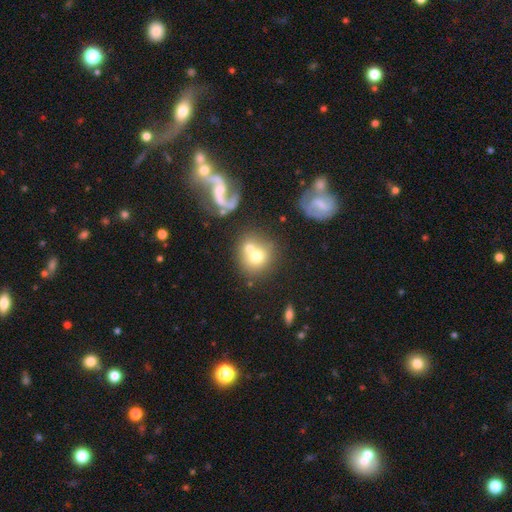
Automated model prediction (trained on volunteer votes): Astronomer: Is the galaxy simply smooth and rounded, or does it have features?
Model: smooth — 63%.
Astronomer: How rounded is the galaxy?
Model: round — 82%.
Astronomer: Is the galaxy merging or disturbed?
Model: merger — 45% (runner-up: none, 39%).